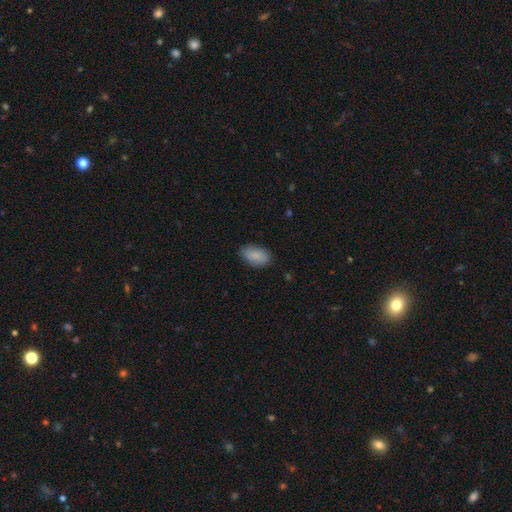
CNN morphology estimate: type=smooth (87%); roundness=in between (93%); merging=none (84%).